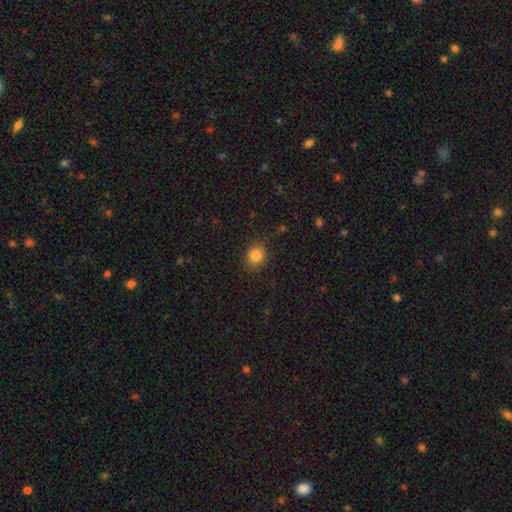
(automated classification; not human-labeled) Smooth or featured?
  - smooth: 84% *
  - star or artifact: 11%
  - featured or disk: 6%
How rounded?
  - round: 67% *
  - in between: 32%
  - cigar-shaped: 1%
Merging?
  - none: 81% *
  - minor disturbance: 14%
  - major disturbance: 4%
  - merger: 1%